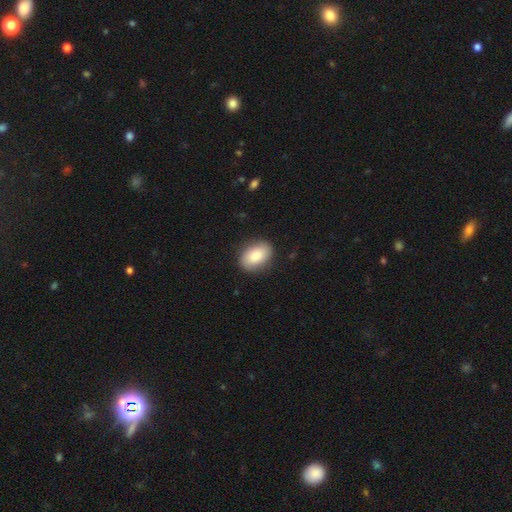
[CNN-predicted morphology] This is clearly a smooth galaxy (84%). How rounded: clearly in between (82%). Merging: clearly none (86%).